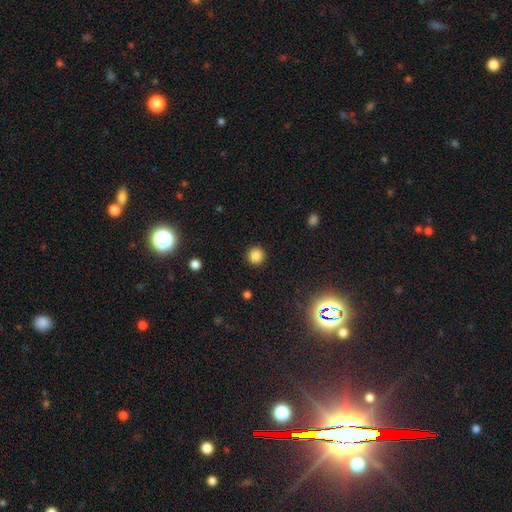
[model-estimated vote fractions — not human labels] A smooth galaxy with no disk features (84%) that is round (95%). Merging: none (92%).